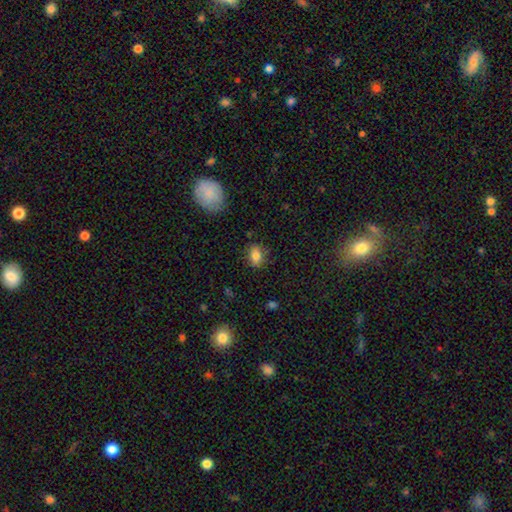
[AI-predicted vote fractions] A smooth galaxy with no disk features (81%) that is in between round and cigar-shaped (69%).

Vote fractions:
- Smooth or featured? smooth: 81% / star or artifact: 10% / featured or disk: 9%
- How rounded? in between: 69% / round: 28% / cigar-shaped: 2%
- Merging? none: 80% / minor disturbance: 15% / major disturbance: 4% / merger: 2%